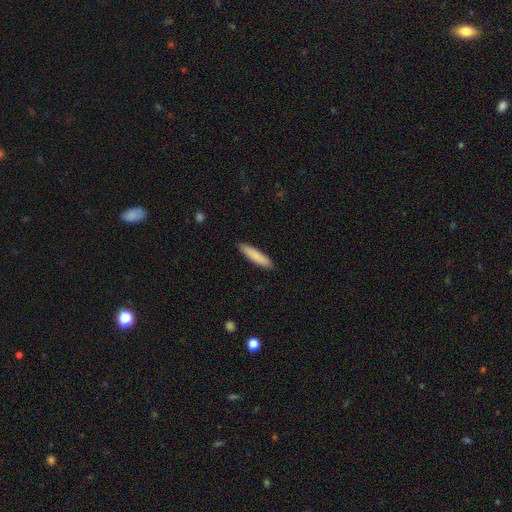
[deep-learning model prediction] Smooth or featured? smooth (85%)
How rounded? cigar-shaped (82%)
Merging? none (89%)